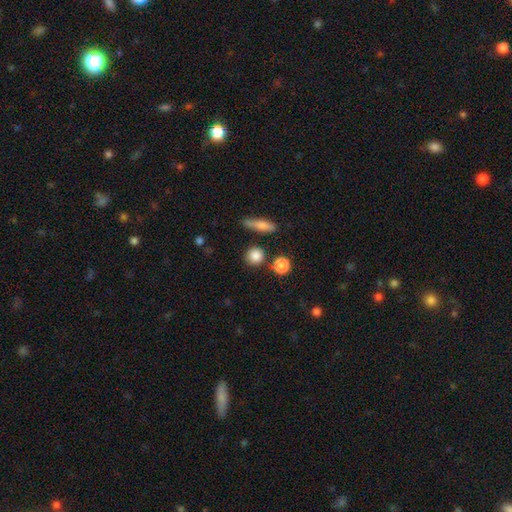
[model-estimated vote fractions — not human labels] smooth_or_featured: smooth (p=0.84) [alt: star or artifact p=0.10]
how_rounded: round (p=0.87) [alt: in between p=0.10]
merging: none (p=0.80) [alt: minor disturbance p=0.09]